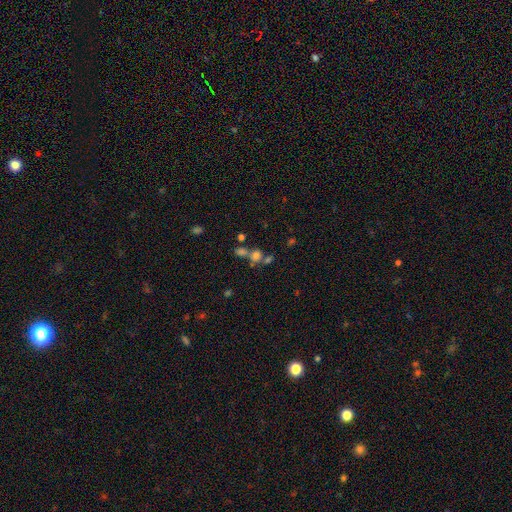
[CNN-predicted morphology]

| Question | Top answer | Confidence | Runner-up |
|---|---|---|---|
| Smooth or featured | smooth | 62% | star or artifact (23%) |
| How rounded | round | 63% | in between (35%) |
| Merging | merger | 42% | none (40%) |